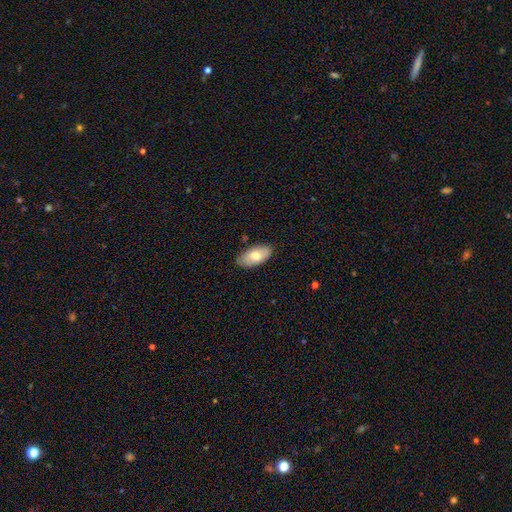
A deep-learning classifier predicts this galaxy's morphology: Smooth or featured? Predicted: smooth (p=0.76). How rounded? Predicted: in between (p=0.94). Merging? Predicted: none (p=0.84).